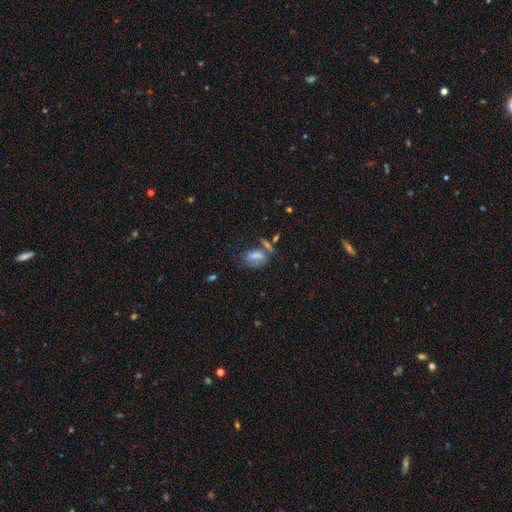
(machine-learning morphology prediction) The model was most divided on "smooth or featured": smooth: 50%, featured or disk: 28%, star or artifact: 23%. Remaining: merging — none (49%).